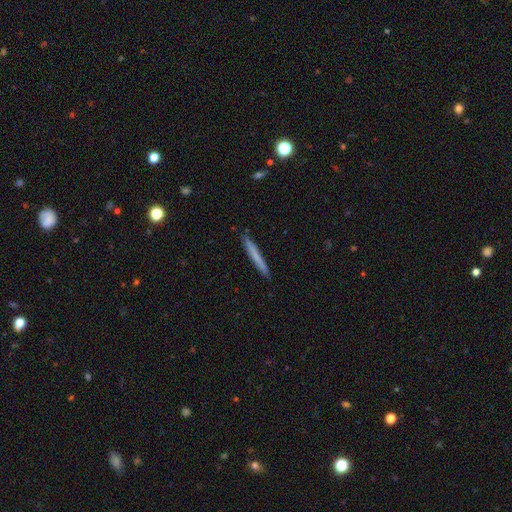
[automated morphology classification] A smooth galaxy with no disk features (67%) that is cigar-shaped (97%). Merging: none (90%).